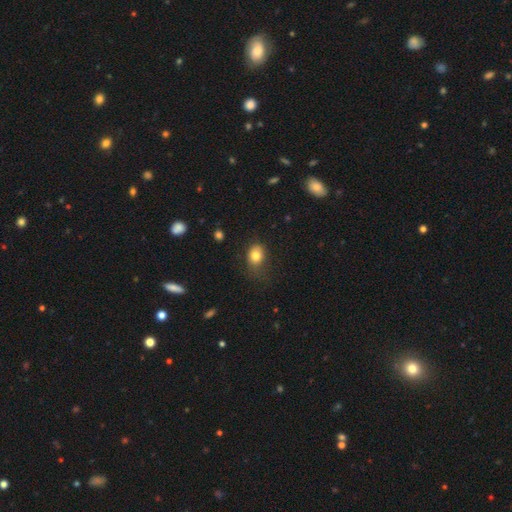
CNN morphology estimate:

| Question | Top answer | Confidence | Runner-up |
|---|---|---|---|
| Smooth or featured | smooth | 80% | star or artifact (11%) |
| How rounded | in between | 56% | round (43%) |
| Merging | none | 55% | minor disturbance (29%) |